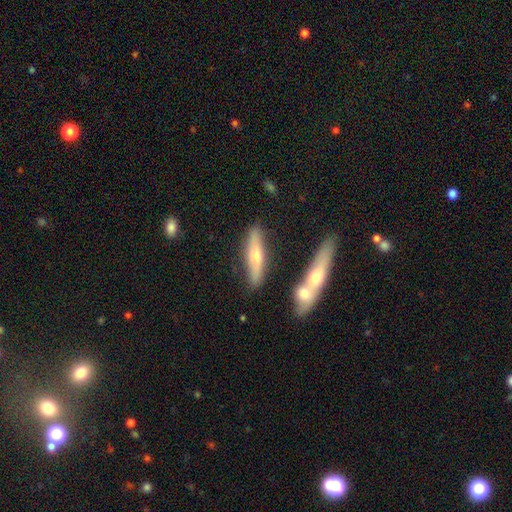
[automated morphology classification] Smooth or featured: smooth — 48% (featured or disk — 46%)
Merging: none — 75% (minor disturbance — 13%)